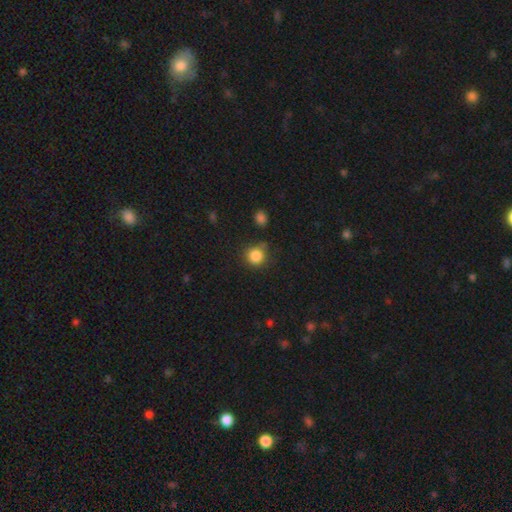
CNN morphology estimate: smooth_or_featured: smooth (p=0.85) [alt: star or artifact p=0.11]
how_rounded: round (p=0.91) [alt: in between p=0.08]
merging: none (p=0.77) [alt: minor disturbance p=0.14]